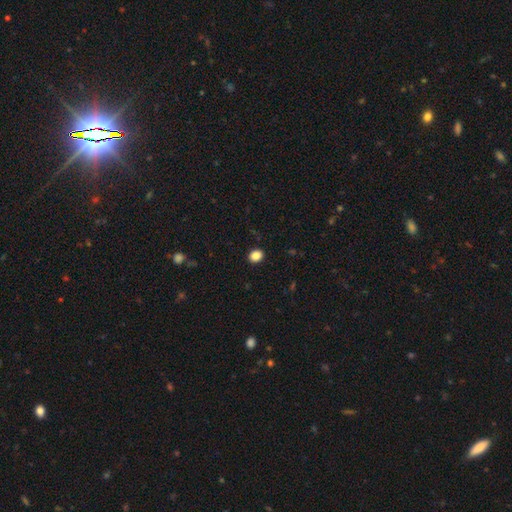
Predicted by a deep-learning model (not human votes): A smooth galaxy with no disk features (87%) that is round (55%).

Vote fractions:
- Smooth or featured? smooth: 87% / star or artifact: 10% / featured or disk: 4%
- How rounded? round: 55% / in between: 44% / cigar-shaped: 1%
- Merging? none: 91% / minor disturbance: 6% / major disturbance: 2% / merger: 1%